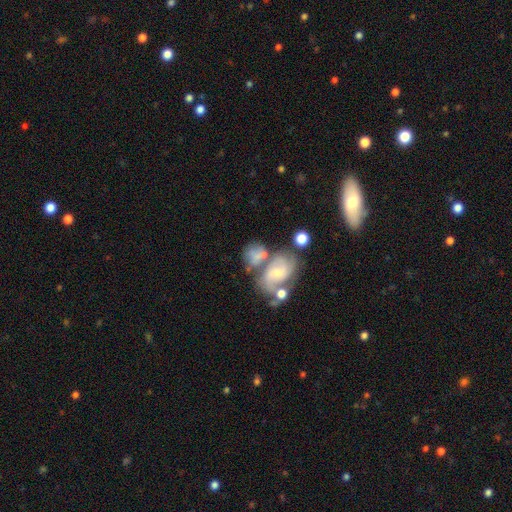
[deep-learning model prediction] Q: Smooth or featured?
A: featured or disk (56%); runner-up: smooth (34%)
Q: Edge-on disk?
A: no (97%); runner-up: yes (3%)
Q: Bar?
A: no (56%); runner-up: weak (35%)
Q: Spiral arms?
A: yes (81%); runner-up: no (19%)
Q: Bulge size?
A: small (60%); runner-up: moderate (28%)
Q: Merging?
A: merger (43%); runner-up: none (30%)